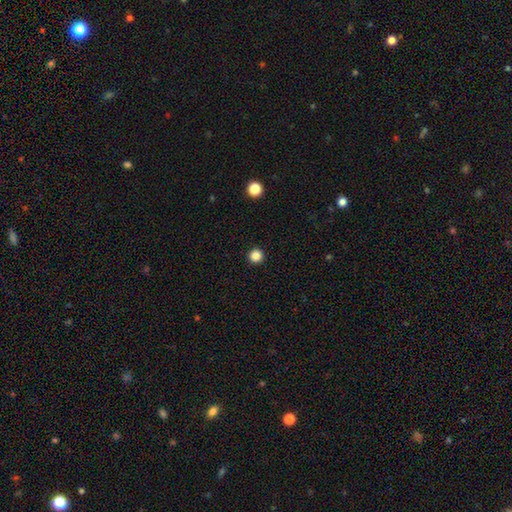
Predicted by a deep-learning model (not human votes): A smooth galaxy with no disk features (85%) that is round (97%).

Vote fractions:
- Smooth or featured? smooth: 85% / star or artifact: 12% / featured or disk: 3%
- How rounded? round: 97% / in between: 3% / cigar-shaped: 1%
- Merging? none: 94% / minor disturbance: 3% / major disturbance: 1% / merger: 1%